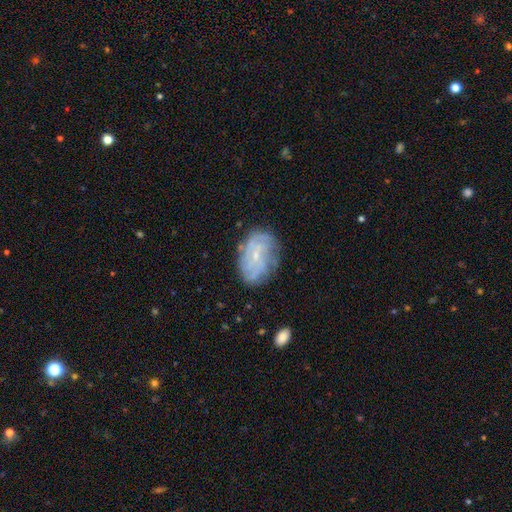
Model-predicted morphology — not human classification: smooth_or_featured: featured or disk (p=0.71) [alt: smooth p=0.20]
disk_edge_on: no (p=0.96) [alt: yes p=0.04]
bar: no (p=0.67) [alt: weak p=0.28]
has_spiral_arms: yes (p=0.86) [alt: no p=0.14]
spiral_winding: tight (p=0.59) [alt: medium p=0.29]
spiral_arm_count: can't tell (p=0.47) [alt: 4 p=0.16]
bulge_size: small (p=0.80) [alt: moderate p=0.14]
merging: none (p=0.75) [alt: minor disturbance p=0.17]